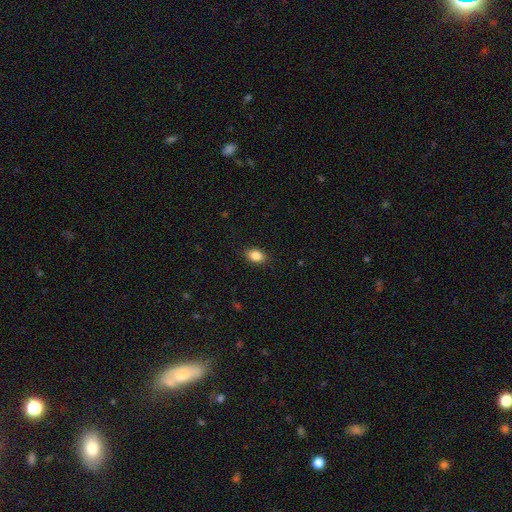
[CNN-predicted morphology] A smooth galaxy with no disk features (86%) that is in between round and cigar-shaped (86%).

Vote fractions:
- Smooth or featured? smooth: 86% / star or artifact: 8% / featured or disk: 5%
- How rounded? in between: 86% / round: 13% / cigar-shaped: 2%
- Merging? none: 88% / minor disturbance: 8% / major disturbance: 2% / merger: 1%